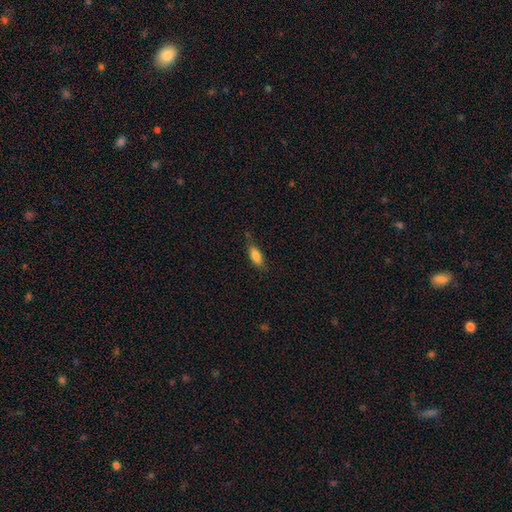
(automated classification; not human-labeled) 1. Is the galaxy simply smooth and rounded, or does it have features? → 81% smooth, 12% featured or disk, 7% star or artifact.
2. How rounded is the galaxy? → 74% in between, 24% cigar-shaped, 2% round.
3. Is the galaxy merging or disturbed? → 70% none, 23% minor disturbance, 5% major disturbance, 2% merger.